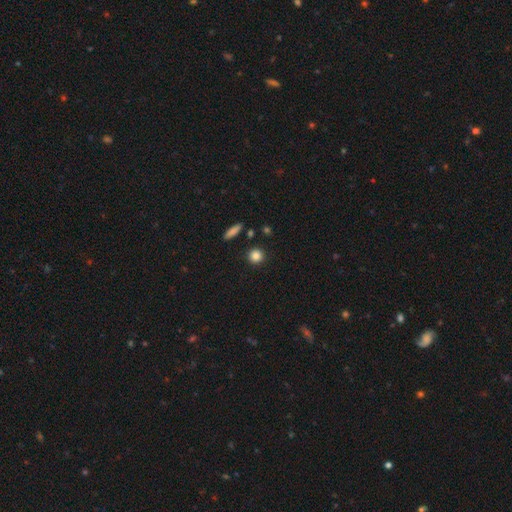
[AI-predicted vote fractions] The model was most divided on "smooth or featured": smooth: 85%, star or artifact: 10%, featured or disk: 5%. More confident: how rounded — round (90%); merging — none (89%).